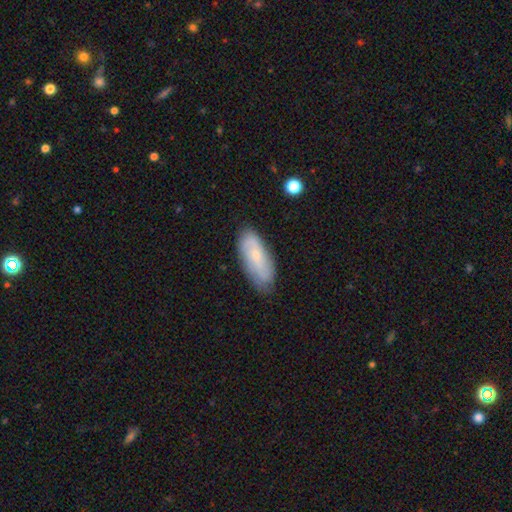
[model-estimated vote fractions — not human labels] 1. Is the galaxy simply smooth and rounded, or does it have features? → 53% smooth, 40% featured or disk, 7% star or artifact.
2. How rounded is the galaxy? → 76% in between, 21% cigar-shaped, 2% round.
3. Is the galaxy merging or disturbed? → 75% none, 19% minor disturbance, 4% major disturbance, 2% merger.